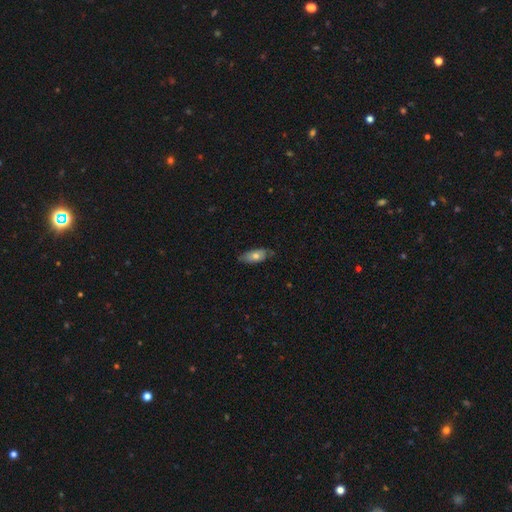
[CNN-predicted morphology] Overall: smooth (61%; featured or disk 32%). How rounded: in between (82%). Merging: none (74%).